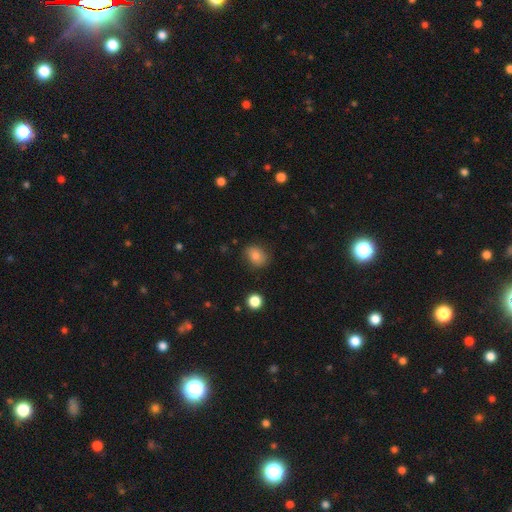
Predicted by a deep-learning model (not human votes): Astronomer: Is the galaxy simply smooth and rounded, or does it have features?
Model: smooth — 78%.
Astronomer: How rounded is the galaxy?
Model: in between — 51% (runner-up: round, 48%).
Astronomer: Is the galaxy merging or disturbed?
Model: none — 79%.